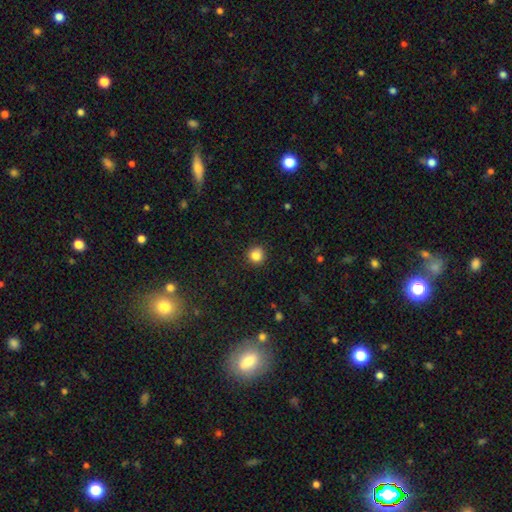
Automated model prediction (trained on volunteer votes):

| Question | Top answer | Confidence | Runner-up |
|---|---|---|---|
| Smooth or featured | smooth | 84% | star or artifact (11%) |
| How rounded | round | 92% | in between (7%) |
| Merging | none | 90% | minor disturbance (7%) |